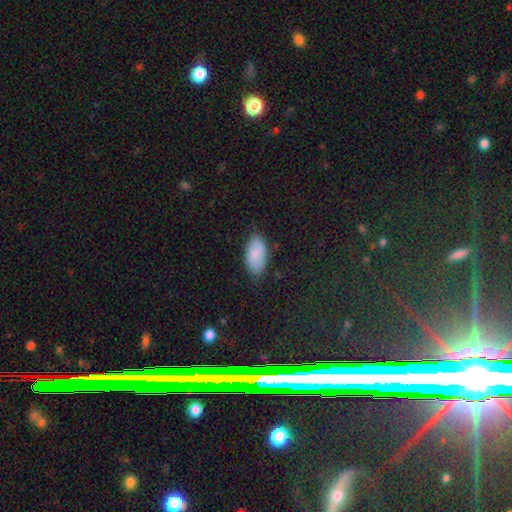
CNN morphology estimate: Overall: smooth (85%). How rounded: in between (94%). Merging: none (72%).